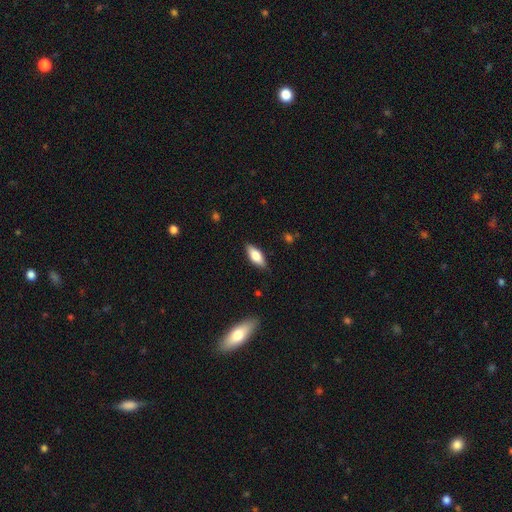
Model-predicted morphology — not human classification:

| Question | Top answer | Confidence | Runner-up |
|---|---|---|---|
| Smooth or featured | smooth | 66% | featured or disk (28%) |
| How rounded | in between | 74% | cigar-shaped (23%) |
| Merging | none | 84% | minor disturbance (12%) |